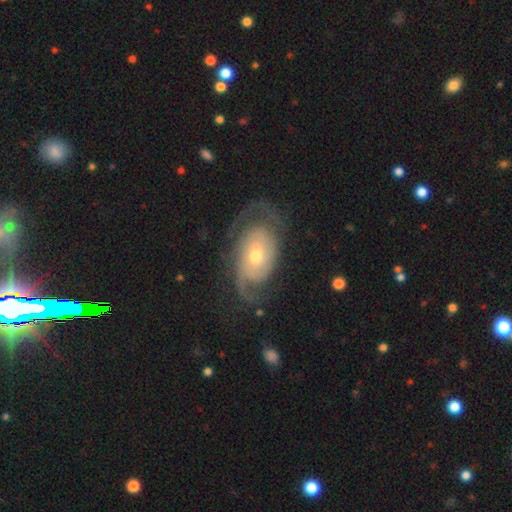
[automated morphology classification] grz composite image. It shows a featured or disk galaxy (82%) with no bar (73%), 2 (61%) tight (45%) spiral arms (93%) and a moderate central bulge (53%). Merging: none (65%).